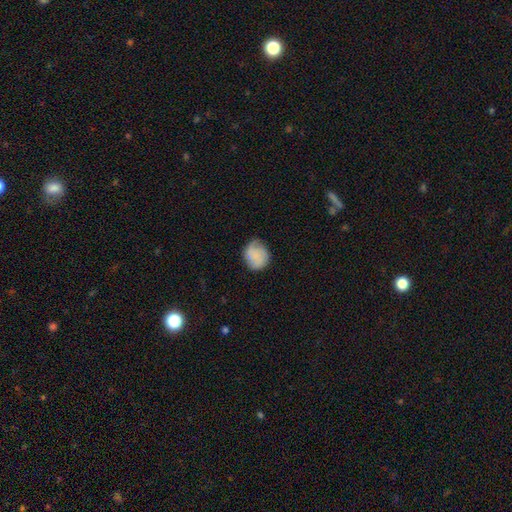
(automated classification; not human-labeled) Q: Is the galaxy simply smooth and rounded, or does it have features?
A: smooth — 72%.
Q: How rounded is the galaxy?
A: round — 71%.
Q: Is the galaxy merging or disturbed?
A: none — 63%.